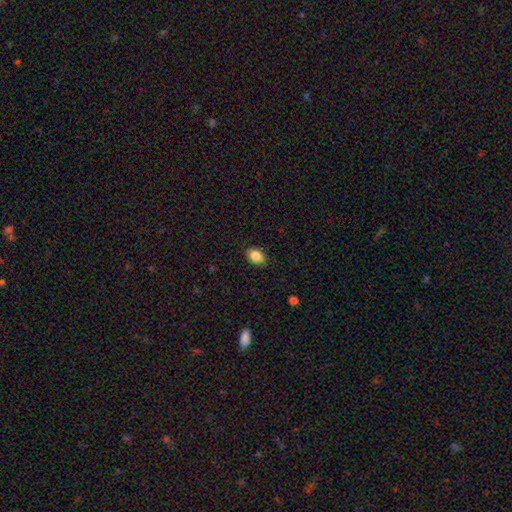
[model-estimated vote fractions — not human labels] This appears to be a smooth galaxy with no disk features (86%) that is in between round and cigar-shaped (75%). Merging: none (85%).